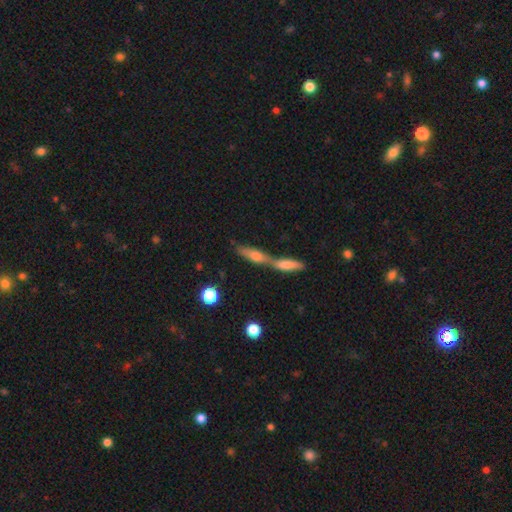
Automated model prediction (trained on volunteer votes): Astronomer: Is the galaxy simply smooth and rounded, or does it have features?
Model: smooth — 55% (runner-up: featured or disk, 36%).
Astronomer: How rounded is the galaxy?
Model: cigar-shaped — 63%.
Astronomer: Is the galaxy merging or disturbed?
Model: merger — 61%.